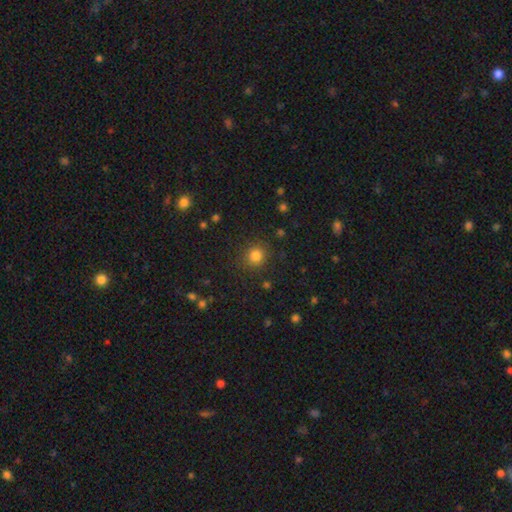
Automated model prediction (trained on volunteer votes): smooth-or-featured: smooth: 81% | star or artifact: 14% | featured or disk: 5%
  how-rounded: round: 89% | in between: 10% | cigar-shaped: 1%
  merging: none: 87% | minor disturbance: 8% | major disturbance: 3% | merger: 2%